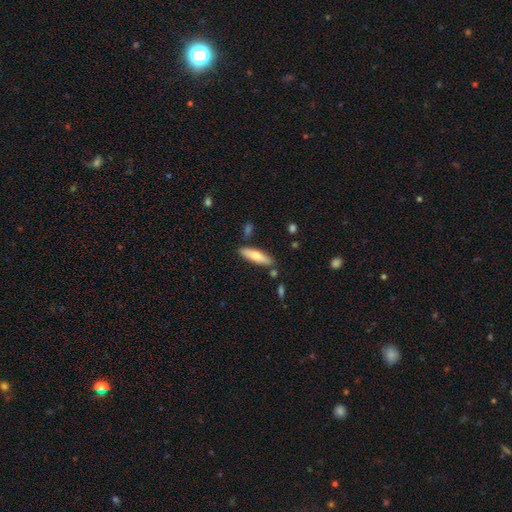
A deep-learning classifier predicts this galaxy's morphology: smooth 70%, featured or disk 24%, star or artifact 6%. Down the decision tree: how rounded — cigar-shaped (66%); merging — none (81%).